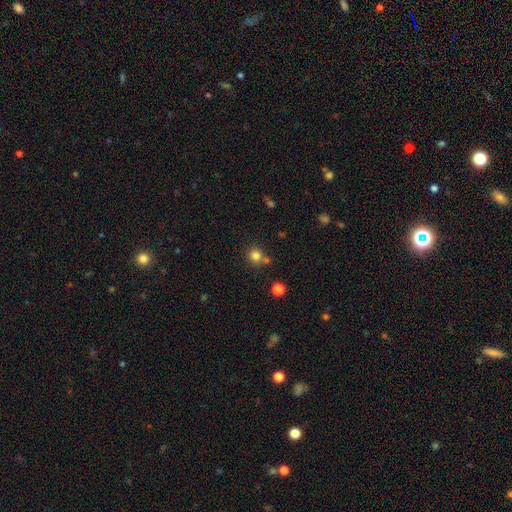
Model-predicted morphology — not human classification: smooth_or_featured: smooth (p=0.80) [alt: star or artifact p=0.14]
how_rounded: round (p=0.91) [alt: in between p=0.08]
merging: none (p=0.68) [alt: merger p=0.20]